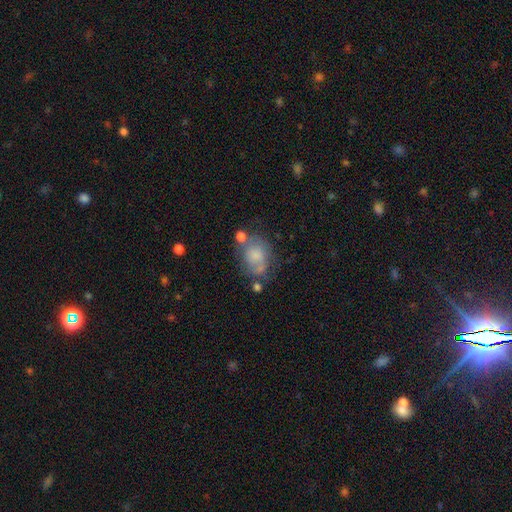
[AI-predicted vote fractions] Smooth or featured? smooth (59%)
How rounded? in between (61%)
Merging? none (43%)